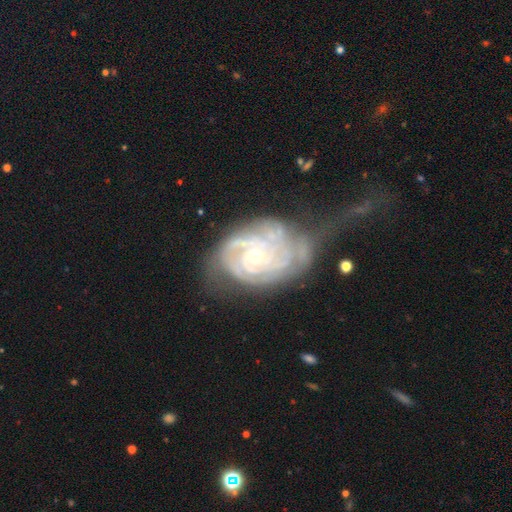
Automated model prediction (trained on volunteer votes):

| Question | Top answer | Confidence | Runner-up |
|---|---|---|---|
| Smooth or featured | featured or disk | 87% | smooth (7%) |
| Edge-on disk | no | 97% | yes (3%) |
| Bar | no | 74% | weak (20%) |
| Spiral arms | yes | 95% | no (5%) |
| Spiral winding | tight | 74% | medium (21%) |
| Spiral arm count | can't tell | 34% | 2 (20%) |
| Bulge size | small | 64% | moderate (32%) |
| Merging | none | 33% | major disturbance (32%) |